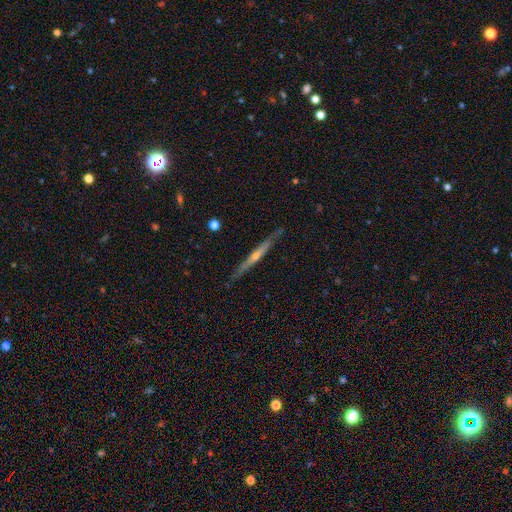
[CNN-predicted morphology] Smooth or featured? Predicted: featured or disk (p=0.75). Edge-on disk? Predicted: yes (p=0.97). Edge-on bulge? Predicted: rounded (p=0.66). Merging? Predicted: none (p=0.88).